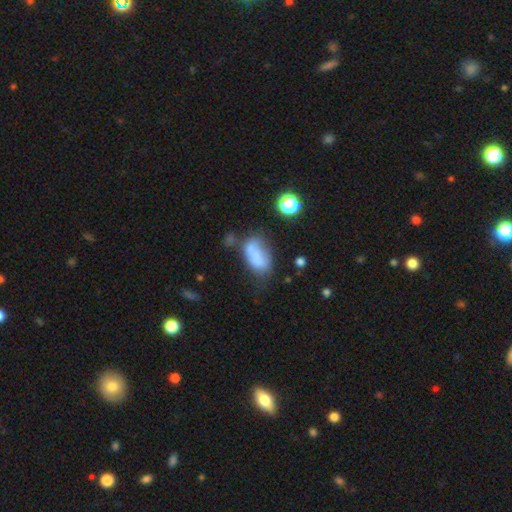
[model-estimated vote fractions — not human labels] A smooth galaxy with no disk features (65%) that is in between round and cigar-shaped (89%).

Vote fractions:
- Smooth or featured? smooth: 65% / featured or disk: 23% / star or artifact: 12%
- How rounded? in between: 89% / round: 8% / cigar-shaped: 3%
- Merging? none: 31% / minor disturbance: 26% / major disturbance: 22% / merger: 20%